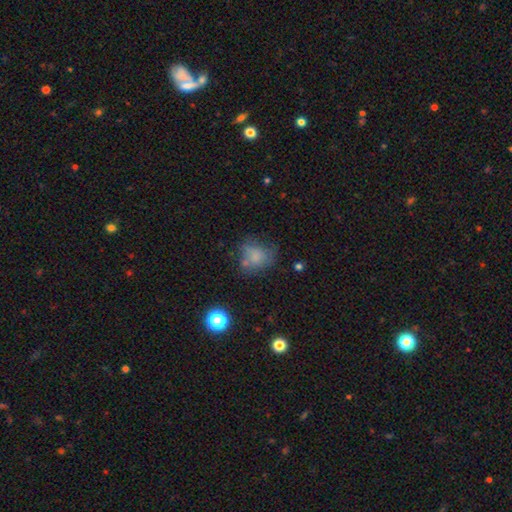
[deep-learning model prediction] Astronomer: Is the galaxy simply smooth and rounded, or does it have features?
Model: smooth — 69%.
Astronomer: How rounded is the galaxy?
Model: round — 59% (runner-up: in between, 40%).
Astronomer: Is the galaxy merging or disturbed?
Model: none — 47% (runner-up: minor disturbance, 25%).